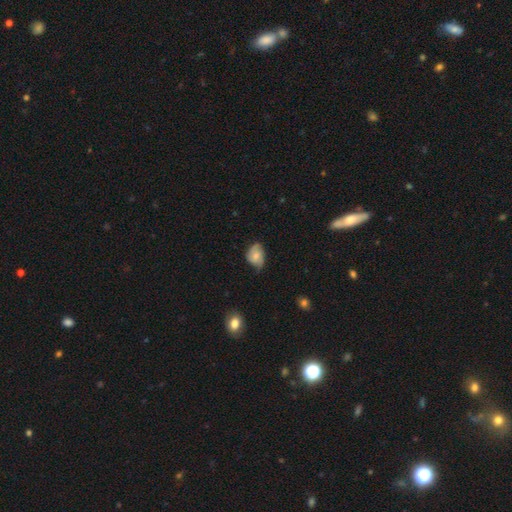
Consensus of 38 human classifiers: Smooth or featured: featured or disk — 47% (smooth — 45%)
Edge-on disk: no — 100%
Bar: no — 61% (weak — 33%)
Spiral arms: yes — 61% (no — 39%)
Spiral winding: medium — 36% (tied with loose — 36%)
Spiral arm count: 2 — 64% (can't tell — 36%)
Bulge size: moderate — 61% (small — 33%)
Merging: minor disturbance — 49% (none — 34%)